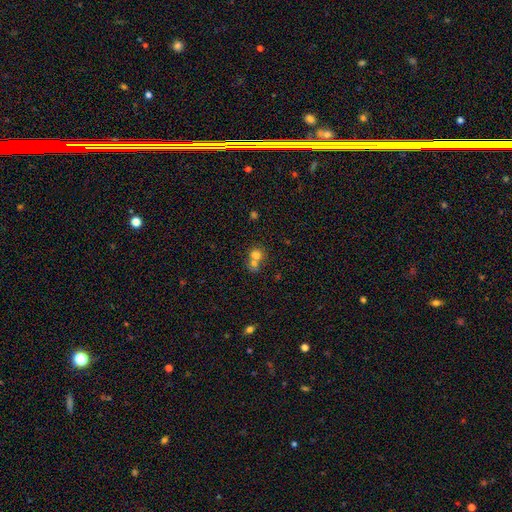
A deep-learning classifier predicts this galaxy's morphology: The model was most divided on "merging": merger: 63%, none: 27%, minor disturbance: 6%, major disturbance: 3%. More confident: smooth or featured — smooth (71%); how rounded — round (70%).